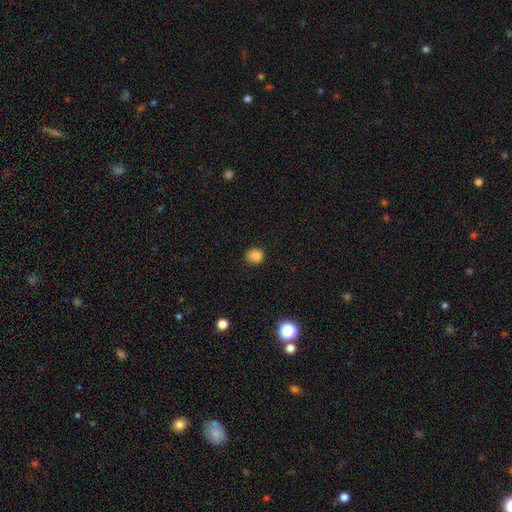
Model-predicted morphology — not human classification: Q: Smooth or featured?
A: smooth (83%); runner-up: star or artifact (11%)
Q: How rounded?
A: round (86%); runner-up: in between (13%)
Q: Merging?
A: none (89%); runner-up: minor disturbance (8%)